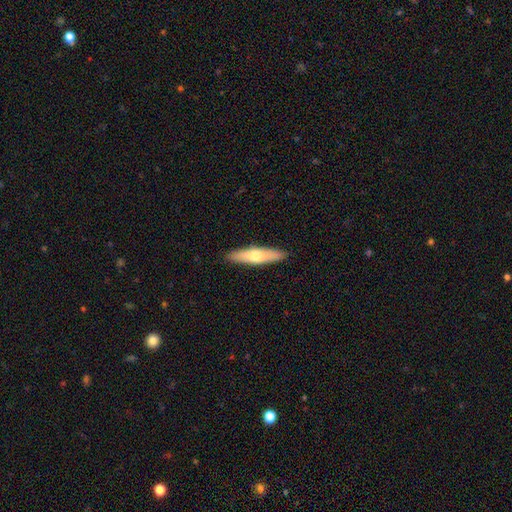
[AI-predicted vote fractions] smooth 59%, featured or disk 36%, star or artifact 5%. Down the decision tree: how rounded — cigar-shaped (74%); merging — none (90%).